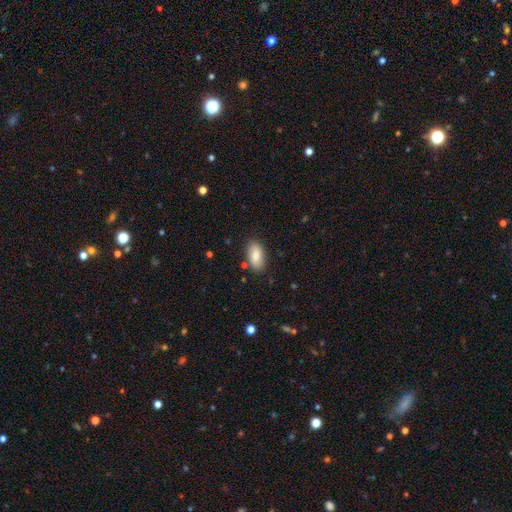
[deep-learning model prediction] The model was most divided on "merging": none: 82%, minor disturbance: 12%, major disturbance: 3%, merger: 3%. More confident: how rounded — in between (92%); smooth or featured — smooth (83%).